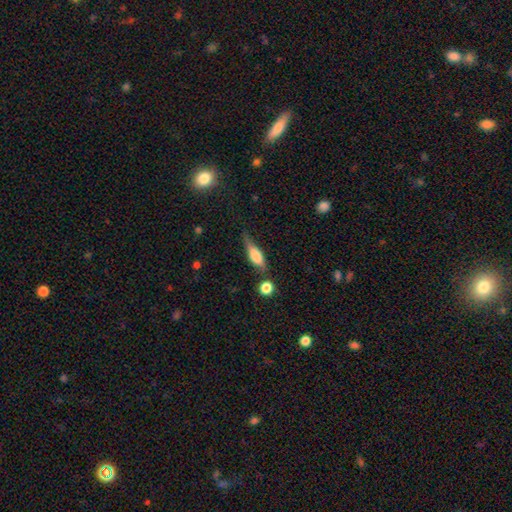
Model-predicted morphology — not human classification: Smooth or featured?
  - smooth: 63% *
  - featured or disk: 30%
  - star or artifact: 8%
How rounded?
  - in between: 54% *
  - cigar-shaped: 42%
  - round: 4%
Merging?
  - none: 54% *
  - minor disturbance: 28%
  - major disturbance: 9%
  - merger: 8%